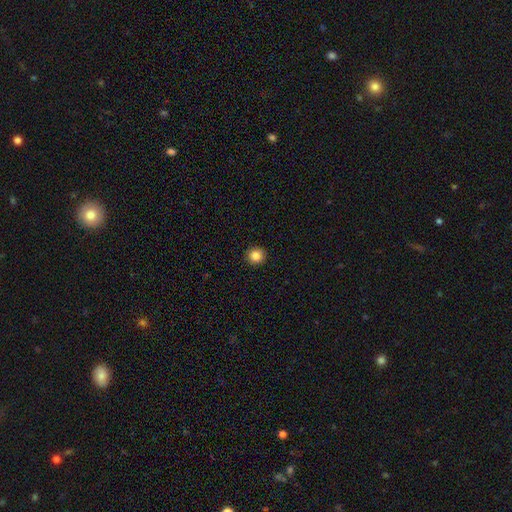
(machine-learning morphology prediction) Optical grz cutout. It shows a smooth galaxy with no disk features (84%) that is round (94%). Merging: none (93%).